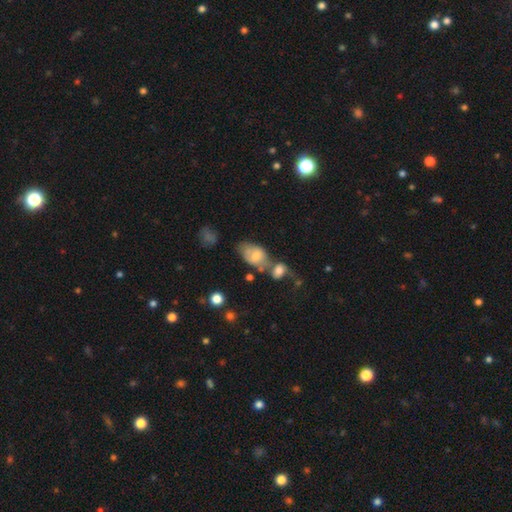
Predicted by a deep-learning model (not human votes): Smooth or featured: smooth — 53% (featured or disk — 35%)
How rounded: in between — 85% (round — 13%)
Merging: merger — 38% (none — 32%)